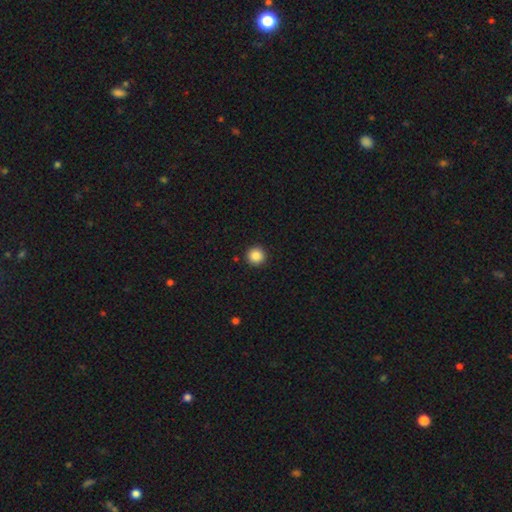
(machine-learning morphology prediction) Overall: smooth (86%). How rounded: round (96%). Merging: none (93%).